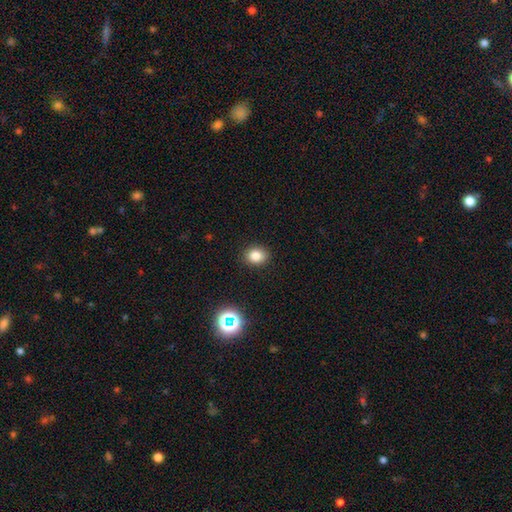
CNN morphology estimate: Smooth or featured? Predicted: smooth (p=0.82). How rounded? Predicted: round (p=0.52). Merging? Predicted: none (p=0.89).